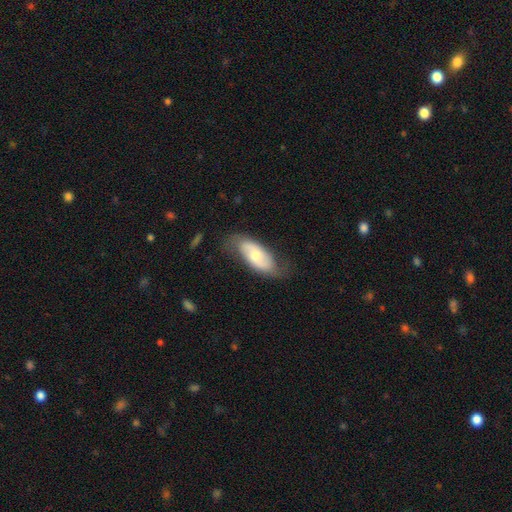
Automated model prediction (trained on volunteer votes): This is possibly a featured or disk galaxy (51%). It is clearly not viewed edge-on (88%). Merging: likely none (66%).